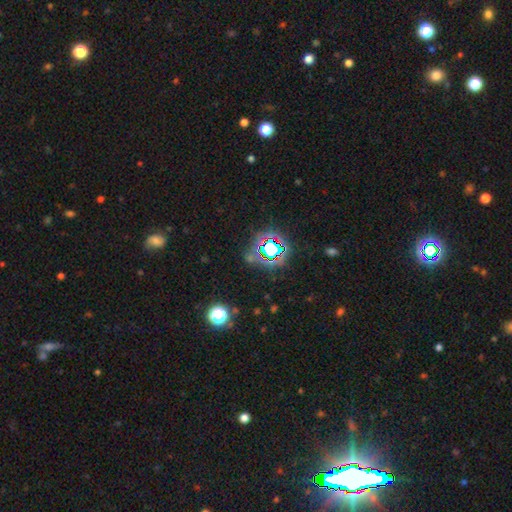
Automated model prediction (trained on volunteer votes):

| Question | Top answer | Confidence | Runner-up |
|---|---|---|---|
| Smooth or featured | star or artifact | 74% | smooth (17%) |